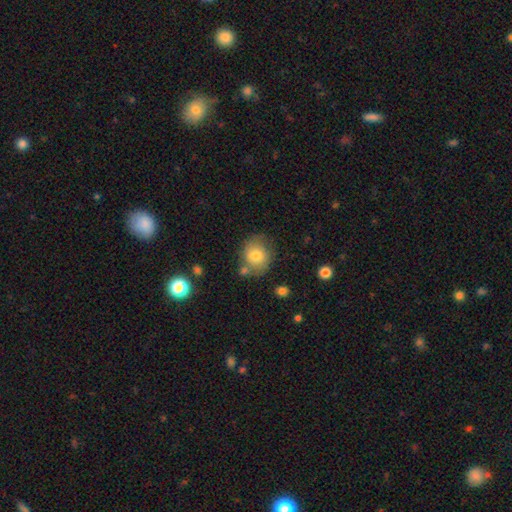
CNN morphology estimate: A smooth galaxy with no disk features (73%) that is round (72%). Merging: none (63%).